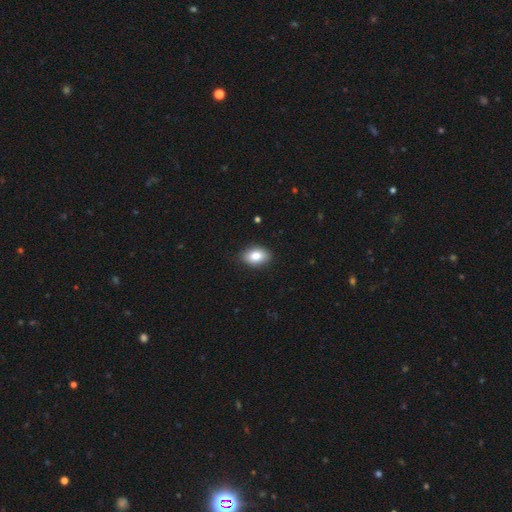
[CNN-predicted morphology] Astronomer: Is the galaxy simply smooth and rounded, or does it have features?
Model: smooth — 83%.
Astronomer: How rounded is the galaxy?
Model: in between — 86%.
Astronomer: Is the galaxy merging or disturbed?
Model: none — 88%.